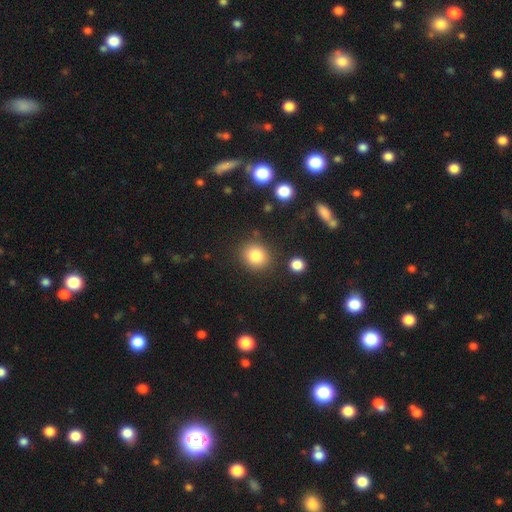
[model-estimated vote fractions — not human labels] Smooth or featured: smooth — 84% (star or artifact — 10%)
How rounded: round — 80% (in between — 19%)
Merging: none — 84% (minor disturbance — 9%)